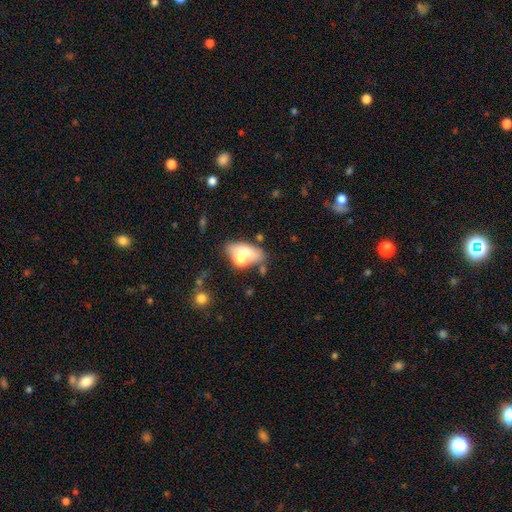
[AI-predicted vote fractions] The model was most divided on "merging": none: 29%, minor disturbance: 24%, merger: 24%, major disturbance: 23%. More confident: how rounded — in between (84%); smooth or featured — smooth (64%).